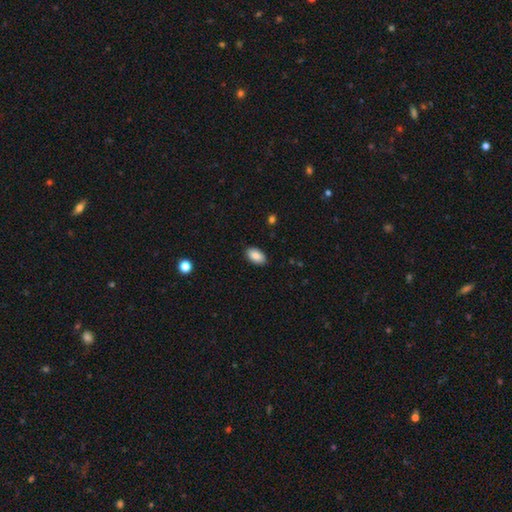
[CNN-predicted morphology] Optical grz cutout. It shows a smooth galaxy with no disk features (88%) that is in between round and cigar-shaped (94%). Merging: none (89%).